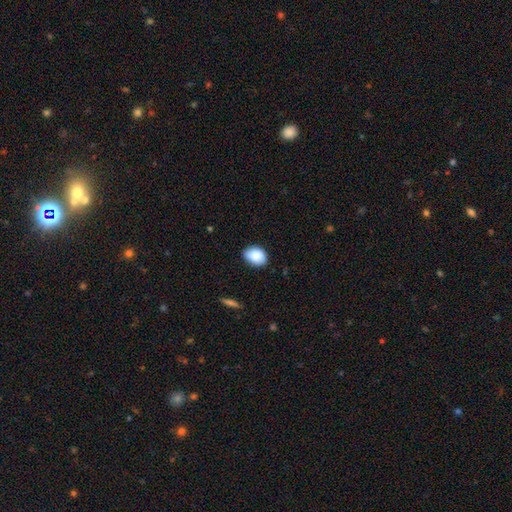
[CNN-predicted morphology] smooth 89%, star or artifact 7%, featured or disk 4%. Down the decision tree: how rounded — in between (81%); merging — none (83%).